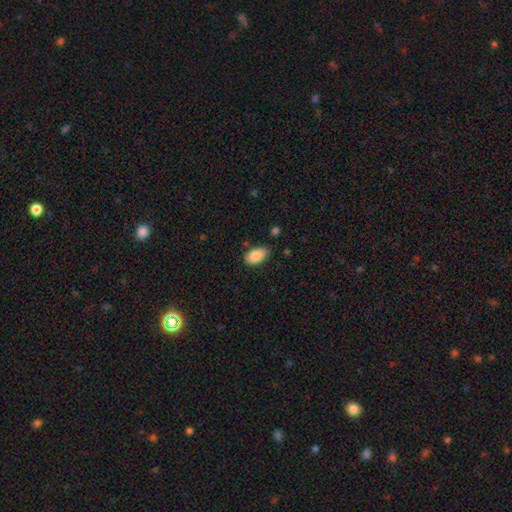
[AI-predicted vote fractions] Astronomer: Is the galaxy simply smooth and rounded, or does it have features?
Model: smooth — 87%.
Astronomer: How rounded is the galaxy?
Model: in between — 94%.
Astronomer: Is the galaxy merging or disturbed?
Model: none — 76%.